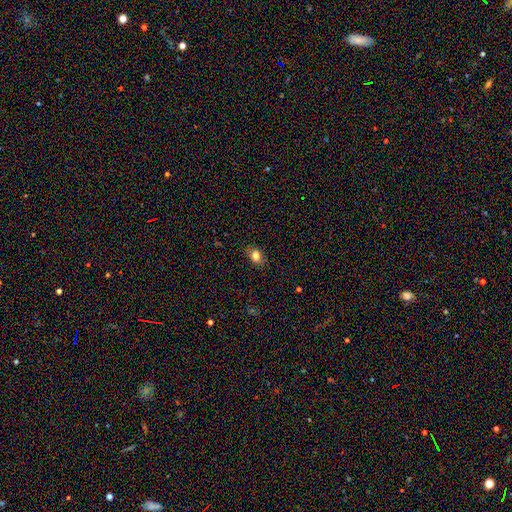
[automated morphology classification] Smooth or featured? smooth (82%)
How rounded? in between (65%)
Merging? none (86%)